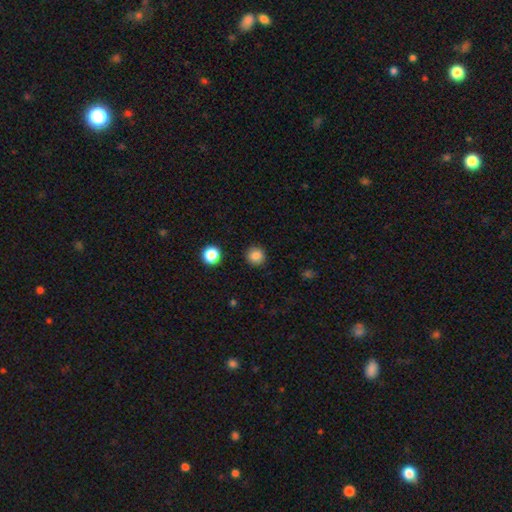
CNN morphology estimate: This appears to be a smooth galaxy with no disk features (85%) that is round (93%). Merging: none (91%).